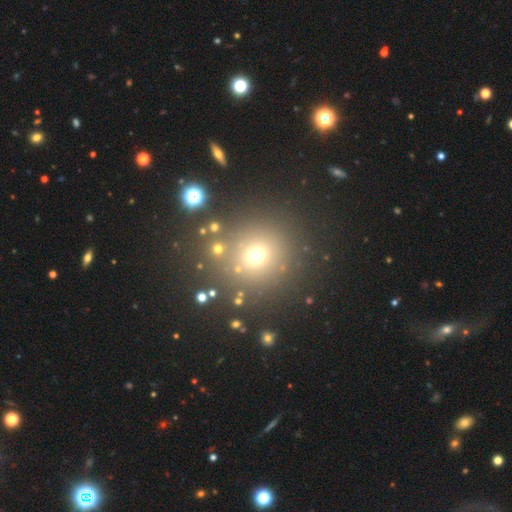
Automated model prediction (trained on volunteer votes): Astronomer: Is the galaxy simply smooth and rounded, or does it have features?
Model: smooth — 64%.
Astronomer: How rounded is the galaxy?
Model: round — 88%.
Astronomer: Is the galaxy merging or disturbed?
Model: none — 80%.